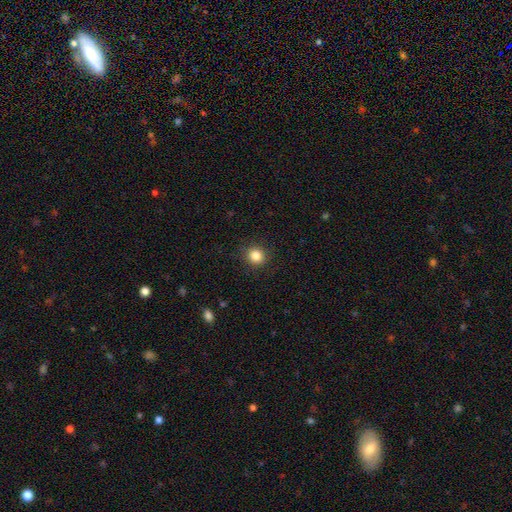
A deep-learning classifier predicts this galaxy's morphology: Smooth or featured: smooth — 84% (star or artifact — 11%)
How rounded: round — 90% (in between — 9%)
Merging: none — 90% (minor disturbance — 6%)